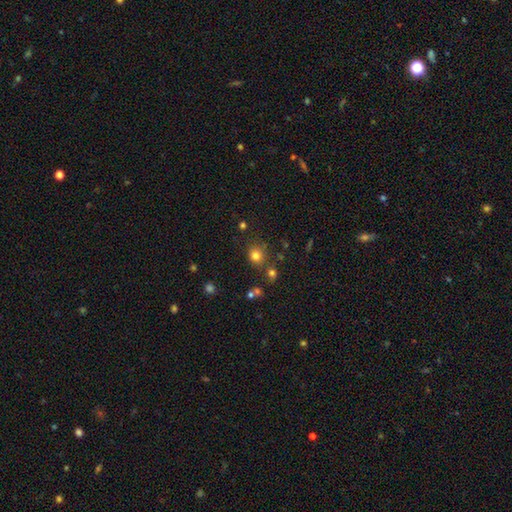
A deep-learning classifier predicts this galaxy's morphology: A smooth galaxy with no disk features (77%) that is round (83%).

Vote fractions:
- Smooth or featured? smooth: 77% / star or artifact: 16% / featured or disk: 6%
- How rounded? round: 83% / in between: 16% / cigar-shaped: 1%
- Merging? none: 78% / minor disturbance: 10% / merger: 8% / major disturbance: 4%